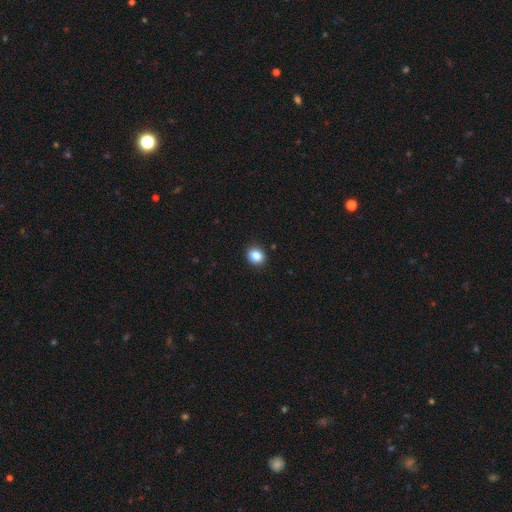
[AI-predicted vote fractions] smooth_or_featured: smooth (p=0.85) [alt: star or artifact p=0.10]
how_rounded: round (p=0.70) [alt: in between p=0.29]
merging: none (p=0.91) [alt: minor disturbance p=0.06]